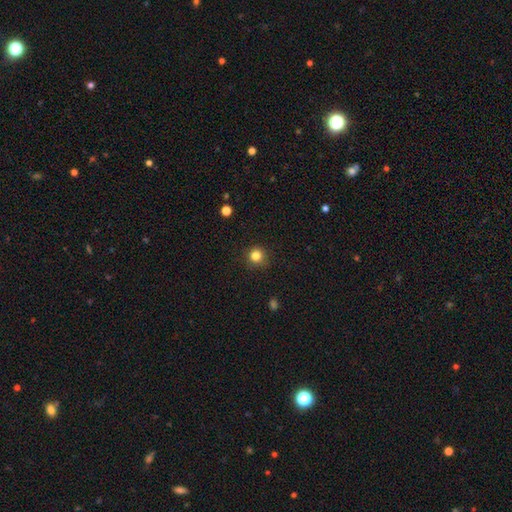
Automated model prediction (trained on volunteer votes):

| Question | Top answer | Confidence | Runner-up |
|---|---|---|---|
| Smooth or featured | smooth | 83% | star or artifact (12%) |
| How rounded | round | 94% | in between (5%) |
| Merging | none | 89% | minor disturbance (8%) |